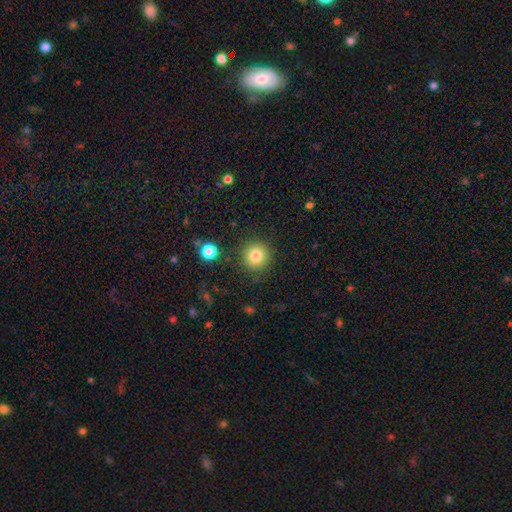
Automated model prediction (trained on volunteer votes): Smooth or featured? smooth (82%)
How rounded? round (95%)
Merging? none (87%)